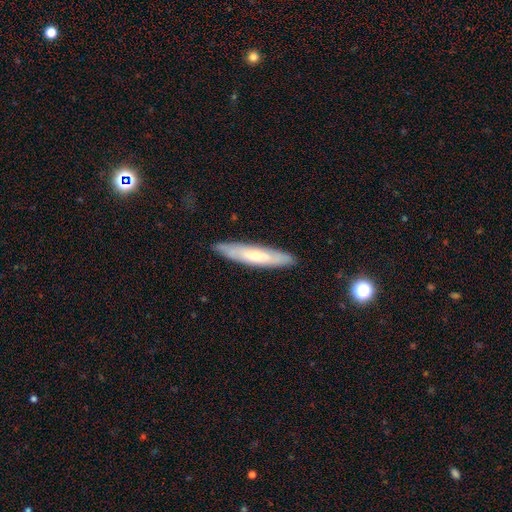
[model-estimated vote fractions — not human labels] The model was most divided on "smooth or featured" (2-way tie): featured or disk: 47%, smooth: 47%, star or artifact: 6%. More confident: merging — none (86%).